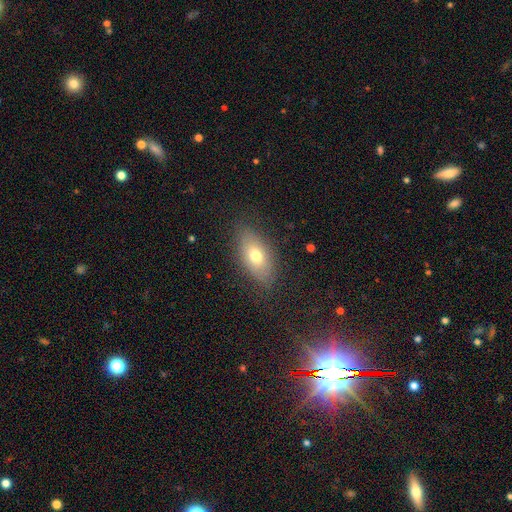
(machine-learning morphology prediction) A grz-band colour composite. It shows a smooth galaxy with no disk features (69%) that is in between round and cigar-shaped (88%). Merging: none (81%).